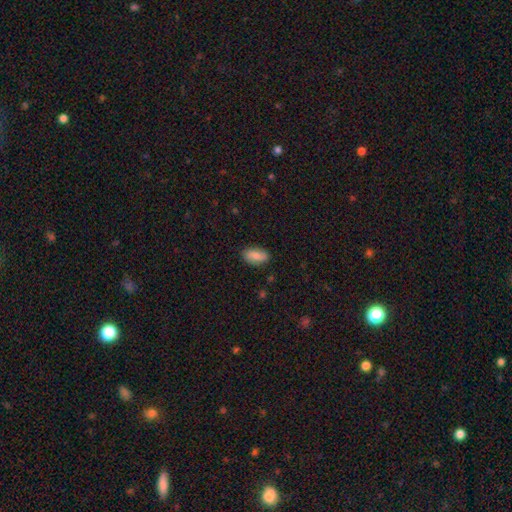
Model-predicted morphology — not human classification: type=smooth (81%); roundness=in between (92%); merging=none (82%).